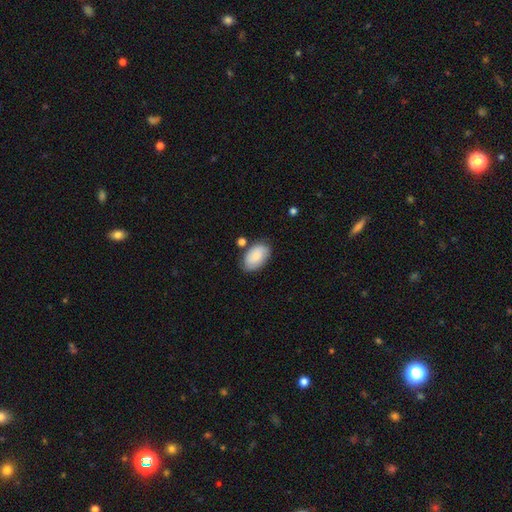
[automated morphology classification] This appears to be a smooth galaxy with no disk features (80%) that is in between round and cigar-shaped (93%). Merging: none (71%).